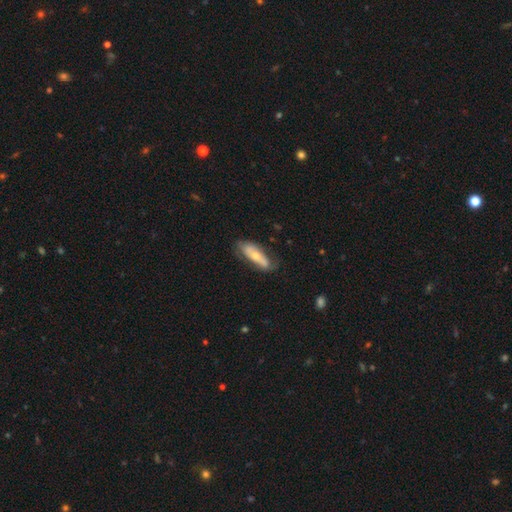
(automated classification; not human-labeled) smooth 50%, featured or disk 45%, star or artifact 6%. Down the decision tree: merging — none (60%).